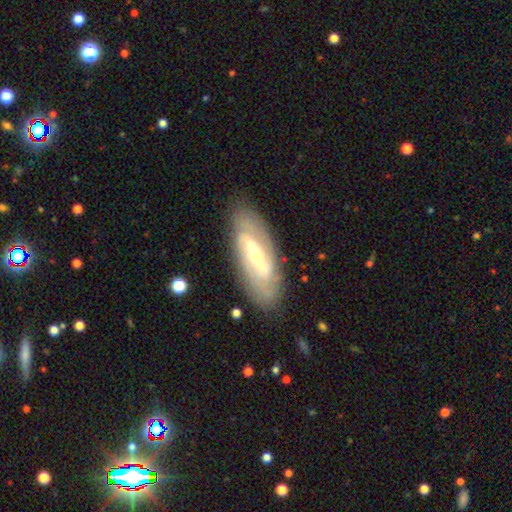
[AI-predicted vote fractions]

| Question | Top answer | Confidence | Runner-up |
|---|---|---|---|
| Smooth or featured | featured or disk | 79% | smooth (15%) |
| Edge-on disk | no | 84% | yes (16%) |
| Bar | strong | 64% | weak (26%) |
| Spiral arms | yes | 81% | no (19%) |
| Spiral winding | tight | 42% | medium (37%) |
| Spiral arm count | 2 | 72% | can't tell (19%) |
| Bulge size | moderate | 50% | small (41%) |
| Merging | none | 81% | minor disturbance (13%) |